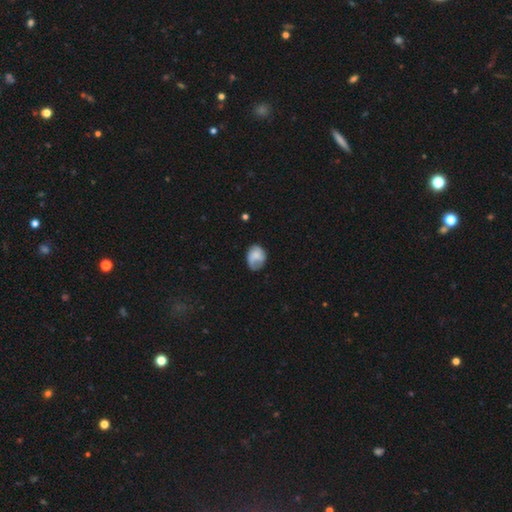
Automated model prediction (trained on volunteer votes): The model was most divided on "how rounded": in between: 53%, round: 46%, cigar-shaped: 1%. Remaining: smooth or featured — smooth (65%); merging — none (46%).